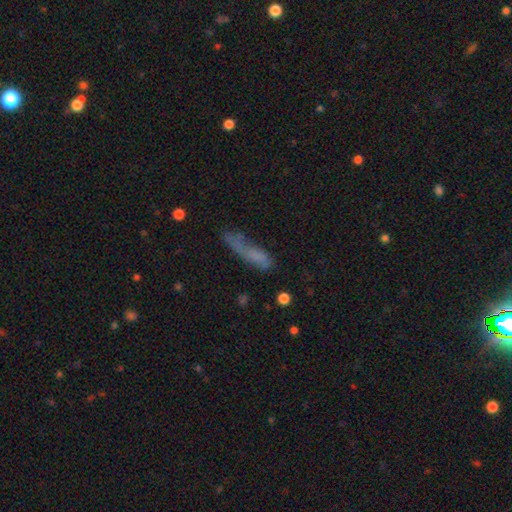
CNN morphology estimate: This is likely a smooth galaxy (62%). How rounded: likely cigar-shaped (66%). Merging: marginally none (38%).